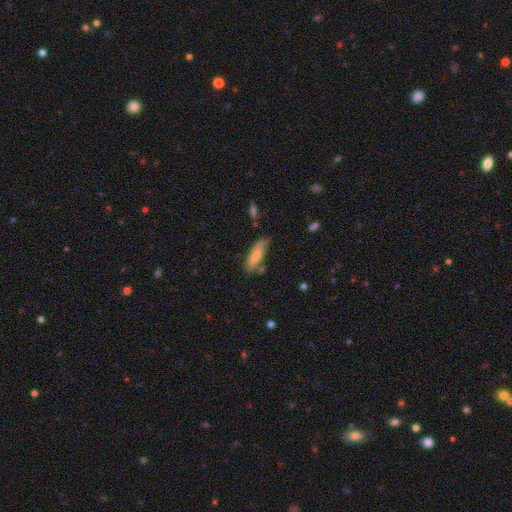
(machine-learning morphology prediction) Overall: smooth (71%). How rounded: in between (55%; cigar-shaped 43%). Merging: none (63%; minor disturbance 25%).